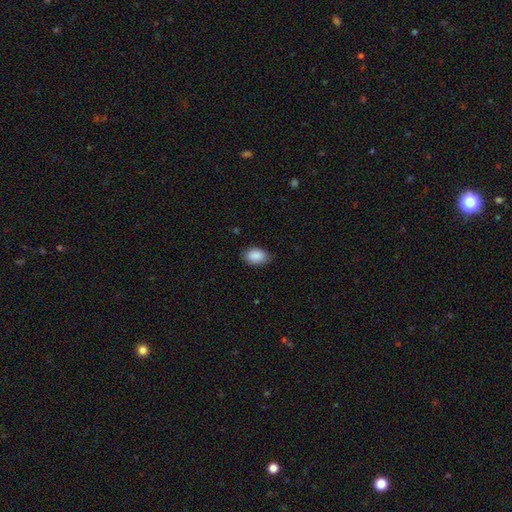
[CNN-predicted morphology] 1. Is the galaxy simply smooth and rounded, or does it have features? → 89% smooth, 7% star or artifact, 4% featured or disk.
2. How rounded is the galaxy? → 87% in between, 12% round, 1% cigar-shaped.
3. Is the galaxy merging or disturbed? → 79% none, 17% minor disturbance, 3% major disturbance, 1% merger.